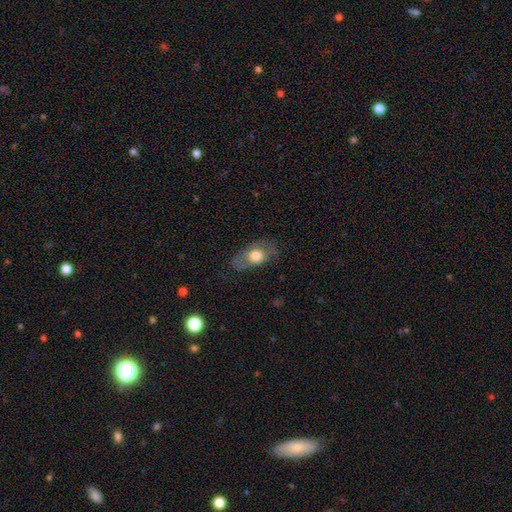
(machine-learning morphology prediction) A smooth galaxy with no disk features (62%) that is in between round and cigar-shaped (83%).

Vote fractions:
- Smooth or featured? smooth: 62% / featured or disk: 31% / star or artifact: 7%
- How rounded? in between: 83% / round: 13% / cigar-shaped: 3%
- Merging? none: 66% / minor disturbance: 22% / major disturbance: 11% / merger: 1%